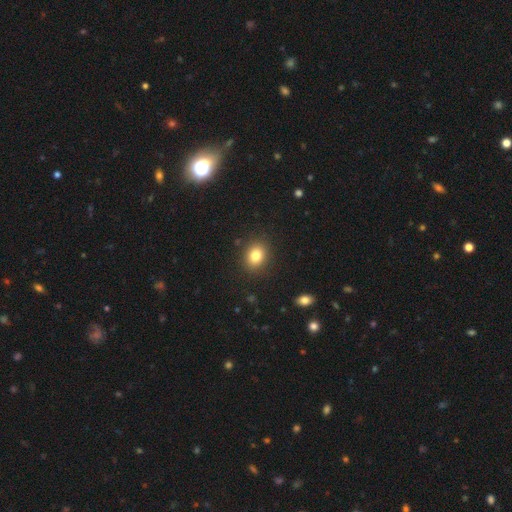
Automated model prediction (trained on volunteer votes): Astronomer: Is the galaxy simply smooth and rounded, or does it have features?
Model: smooth — 81%.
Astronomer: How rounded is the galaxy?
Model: round — 53% (runner-up: in between, 47%).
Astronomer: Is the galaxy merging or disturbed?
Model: none — 88%.